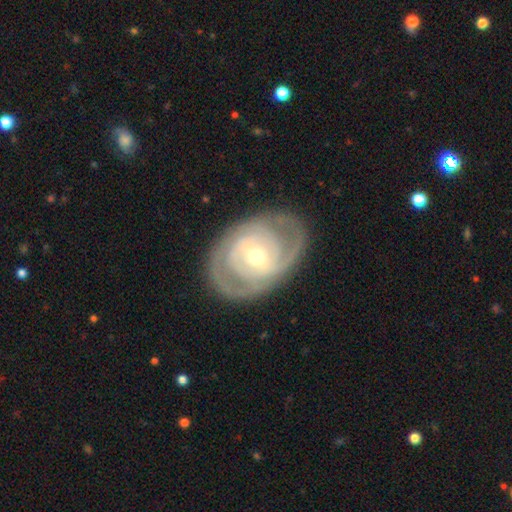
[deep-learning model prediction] The model was most divided on "bar": no: 43%, weak: 39%, strong: 18%. More confident: edge-on disk — no (95%); smooth or featured — featured or disk (82%); merging — none (80%); spiral arms — yes (80%); spiral winding — tight (64%); bulge size — moderate (53%); spiral arm count — 2 (51%).